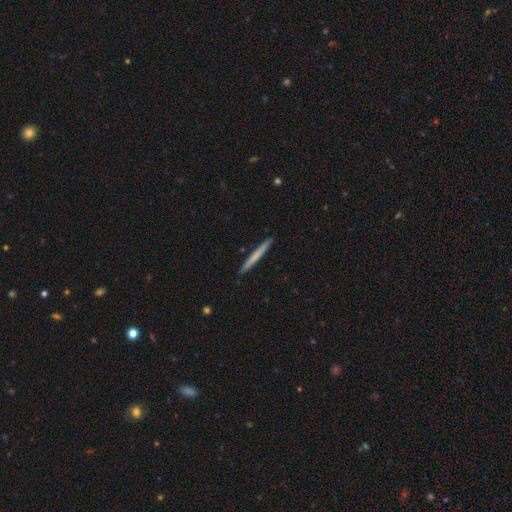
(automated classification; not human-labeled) smooth-or-featured: smooth: 60% | featured or disk: 34% | star or artifact: 5%
  how-rounded: cigar-shaped: 97% | in between: 2% | round: 1%
  merging: none: 92% | minor disturbance: 6% | major disturbance: 1% | merger: 1%